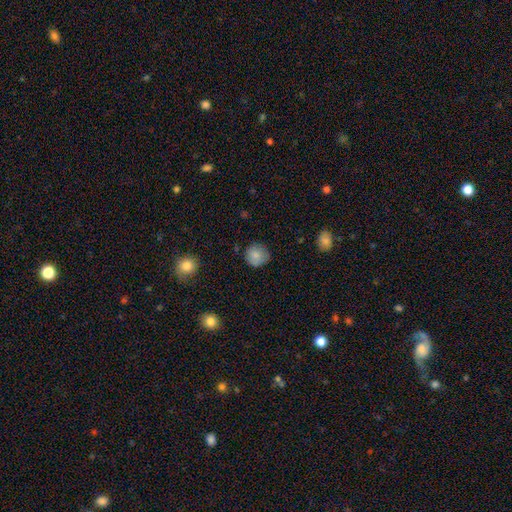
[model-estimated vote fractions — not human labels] A smooth galaxy with no disk features (85%) that is round (91%). Merging: none (80%).